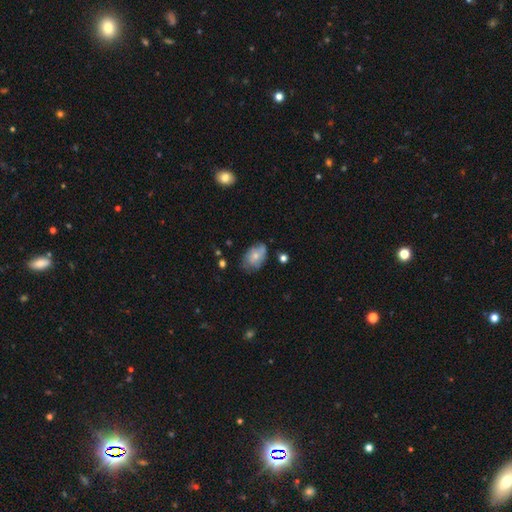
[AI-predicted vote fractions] Overall: smooth (57%; featured or disk 35%). How rounded: in between (81%). Merging: none (54%; minor disturbance 33%).